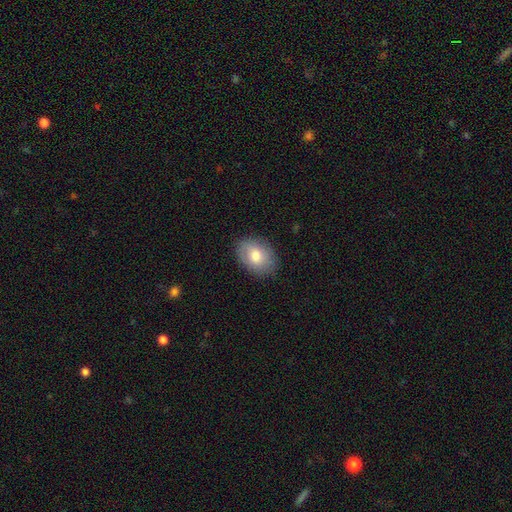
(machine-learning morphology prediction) smooth_or_featured: smooth (p=0.75) [alt: featured or disk p=0.17]
how_rounded: in between (p=0.76) [alt: round p=0.23]
merging: none (p=0.83) [alt: minor disturbance p=0.13]